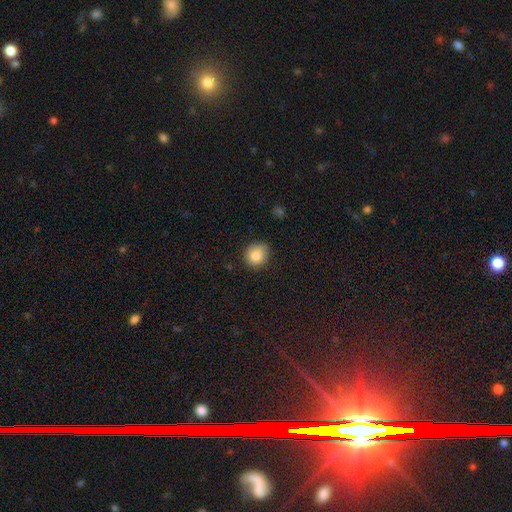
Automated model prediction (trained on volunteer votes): Smooth or featured?
  - smooth: 83% *
  - star or artifact: 10%
  - featured or disk: 7%
How rounded?
  - round: 84% *
  - in between: 15%
  - cigar-shaped: 1%
Merging?
  - none: 81% *
  - minor disturbance: 15%
  - major disturbance: 3%
  - merger: 1%